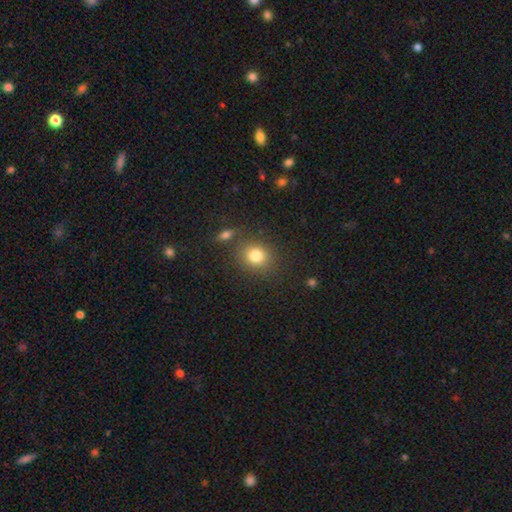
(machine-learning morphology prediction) Smooth or featured? smooth (82%)
How rounded? round (74%)
Merging? none (79%)